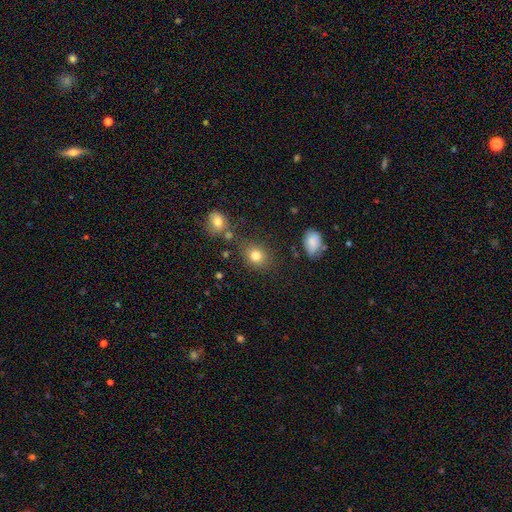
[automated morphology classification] A smooth galaxy with no disk features (80%) that is round (61%).

Vote fractions:
- Smooth or featured? smooth: 80% / star or artifact: 12% / featured or disk: 7%
- How rounded? round: 61% / in between: 37% / cigar-shaped: 1%
- Merging? none: 75% / minor disturbance: 13% / merger: 7% / major disturbance: 5%